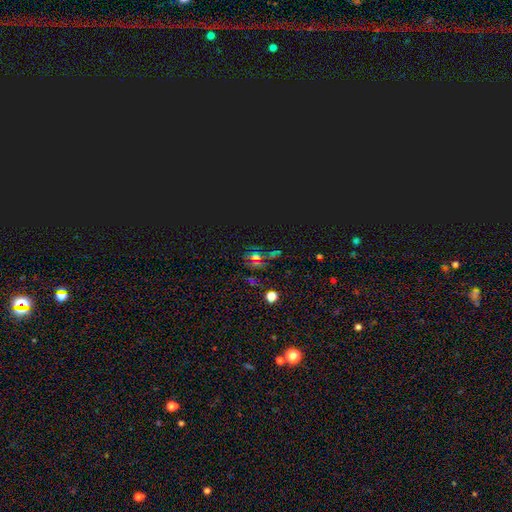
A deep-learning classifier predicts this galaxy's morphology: Q: Smooth or featured?
A: star or artifact (65%); runner-up: smooth (19%)